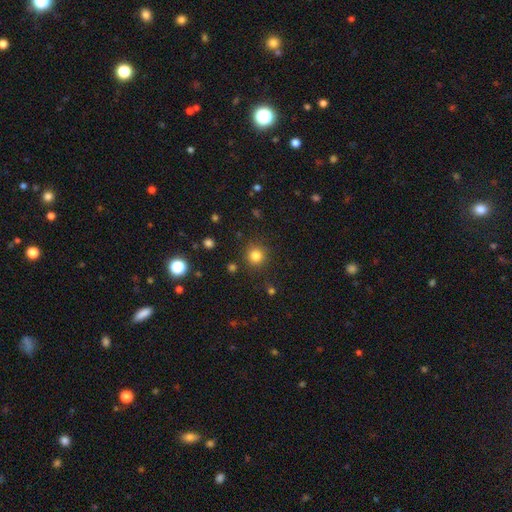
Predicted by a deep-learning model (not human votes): Overall: smooth (81%). How rounded: round (94%). Merging: none (88%).